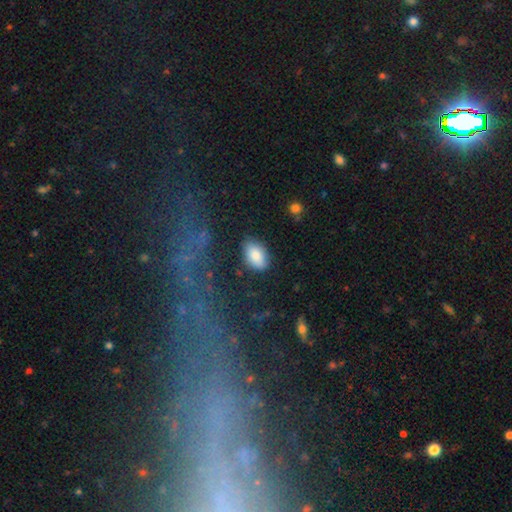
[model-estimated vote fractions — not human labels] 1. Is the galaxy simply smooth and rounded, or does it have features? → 85% smooth, 7% featured or disk, 7% star or artifact.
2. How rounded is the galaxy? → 92% in between, 6% round, 2% cigar-shaped.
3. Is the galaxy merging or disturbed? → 76% none, 17% minor disturbance, 4% major disturbance, 3% merger.